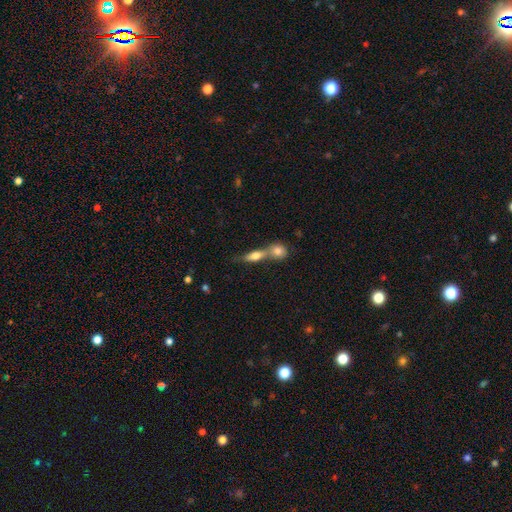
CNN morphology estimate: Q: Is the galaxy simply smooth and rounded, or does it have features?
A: smooth — 67%.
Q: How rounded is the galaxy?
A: in between — 52%.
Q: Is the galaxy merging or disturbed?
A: merger — 58%.